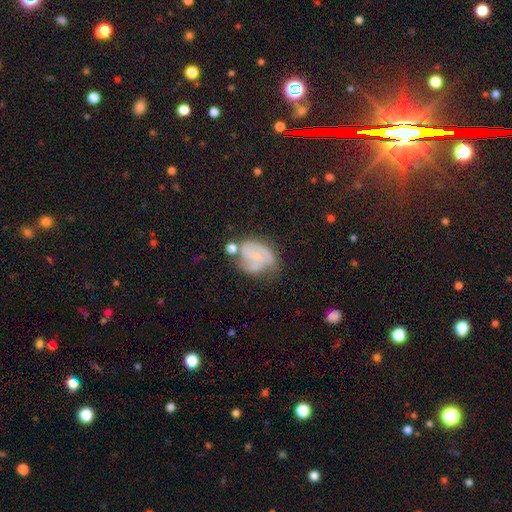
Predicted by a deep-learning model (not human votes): featured or disk 68%, smooth 23%, star or artifact 9%. Down the decision tree: edge-on disk — no (98%); bar — no (75%); spiral arms — yes (87%); spiral arm count — 2 (31%); spiral winding — tight (43%); bulge size — small (74%); merging — none (41%).